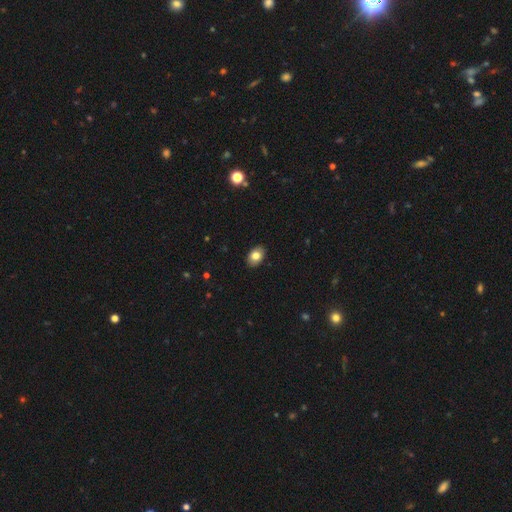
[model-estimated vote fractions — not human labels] Smooth or featured? smooth (82%)
How rounded? in between (83%)
Merging? none (89%)